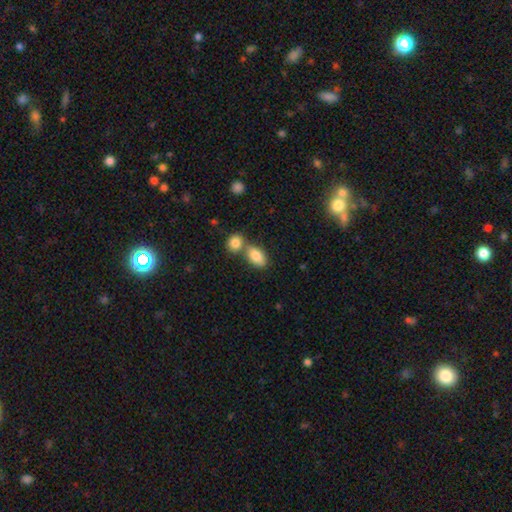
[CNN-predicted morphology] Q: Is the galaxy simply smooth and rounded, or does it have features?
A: smooth — 84%.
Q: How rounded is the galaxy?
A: in between — 88%.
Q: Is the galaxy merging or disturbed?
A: none — 46%.